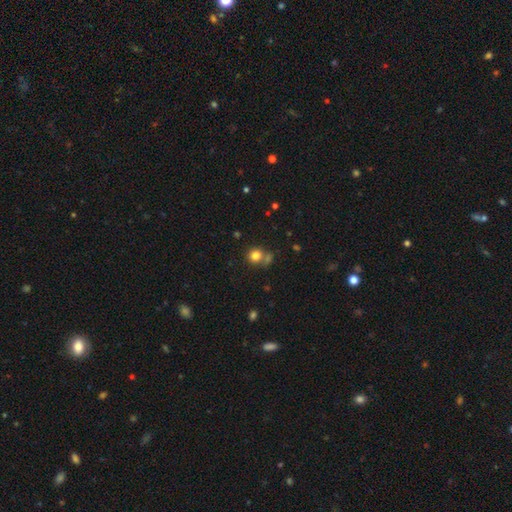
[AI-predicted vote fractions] smooth 80%, star or artifact 13%, featured or disk 7%. Down the decision tree: how rounded — round (85%); merging — none (63%).